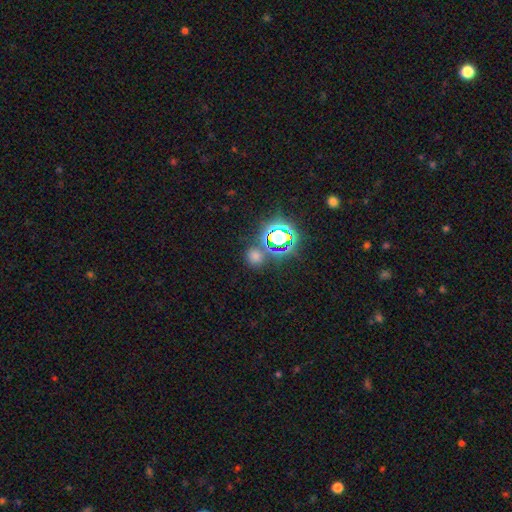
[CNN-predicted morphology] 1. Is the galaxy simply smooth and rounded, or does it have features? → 55% smooth, 38% star or artifact, 7% featured or disk.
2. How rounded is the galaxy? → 80% round, 18% in between, 1% cigar-shaped.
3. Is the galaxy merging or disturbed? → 76% none, 10% merger, 10% minor disturbance, 4% major disturbance.